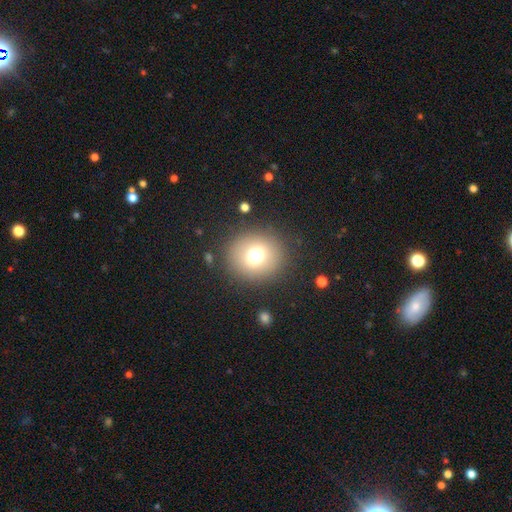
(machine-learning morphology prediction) A smooth galaxy with no disk features (70%) that is round (87%). Merging: none (85%).